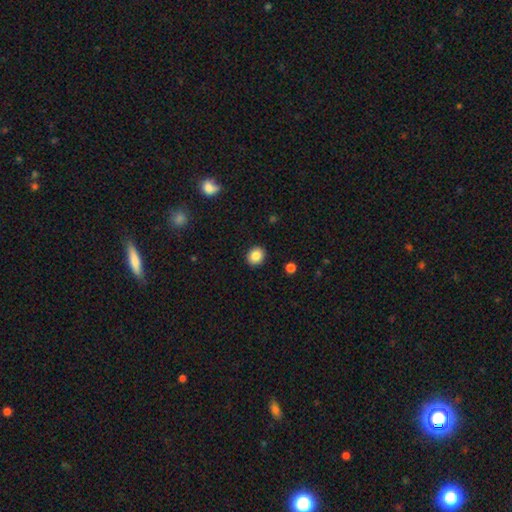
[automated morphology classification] smooth 86%, star or artifact 9%, featured or disk 5%. Down the decision tree: how rounded — round (72%); merging — none (91%).